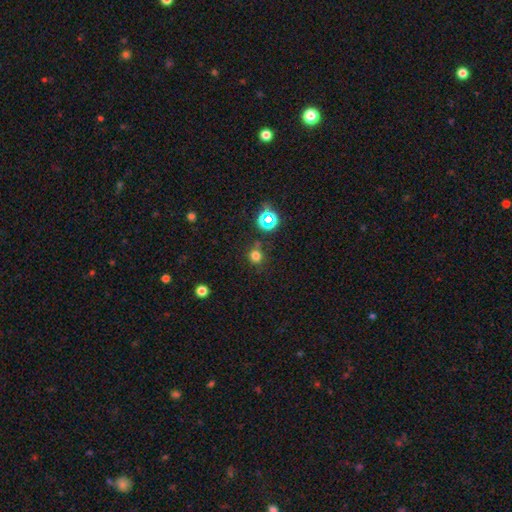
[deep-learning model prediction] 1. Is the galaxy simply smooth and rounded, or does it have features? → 70% smooth, 24% star or artifact, 6% featured or disk.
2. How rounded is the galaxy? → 85% round, 14% in between, 1% cigar-shaped.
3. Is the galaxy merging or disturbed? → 75% none, 14% minor disturbance, 6% merger, 5% major disturbance.